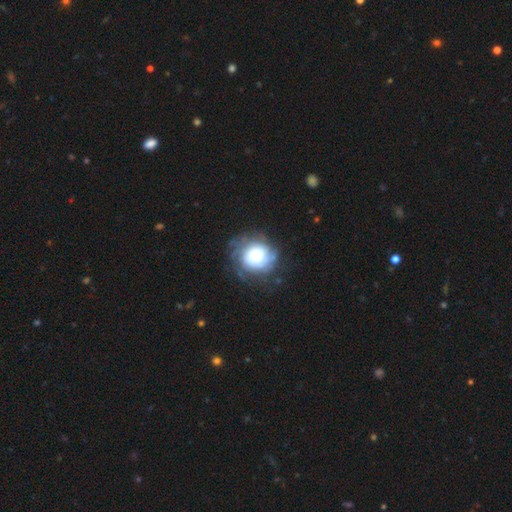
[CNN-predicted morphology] Smooth or featured? featured or disk (54%)
Edge-on disk? no (97%)
Bar? no (83%)
Spiral arms? yes (82%)
Bulge size? large (49%)
Merging? none (66%)